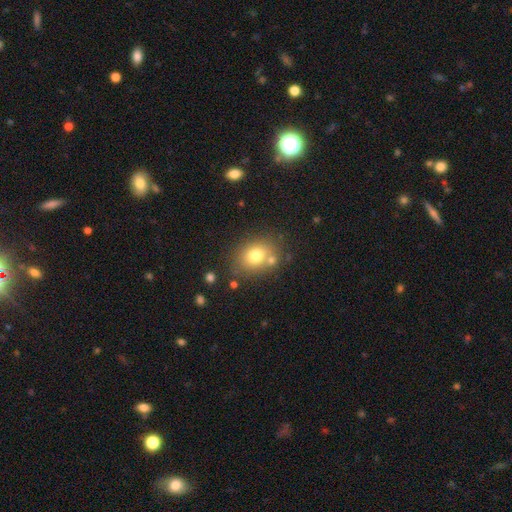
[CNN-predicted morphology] A smooth galaxy with no disk features (75%) that is in between round and cigar-shaped (51%). Merging: none (69%).